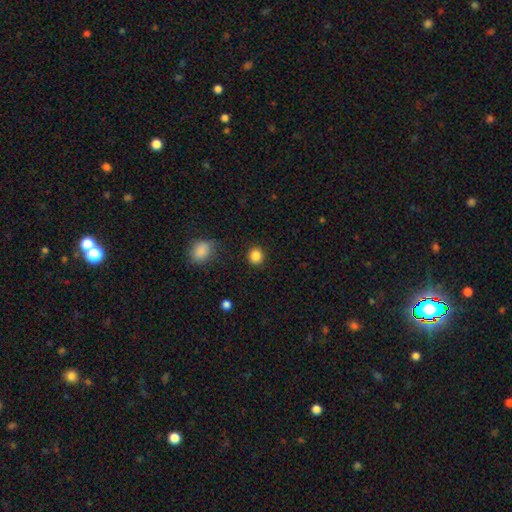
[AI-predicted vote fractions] Q: Smooth or featured?
A: smooth (86%); runner-up: star or artifact (10%)
Q: How rounded?
A: round (85%); runner-up: in between (14%)
Q: Merging?
A: none (89%); runner-up: minor disturbance (7%)